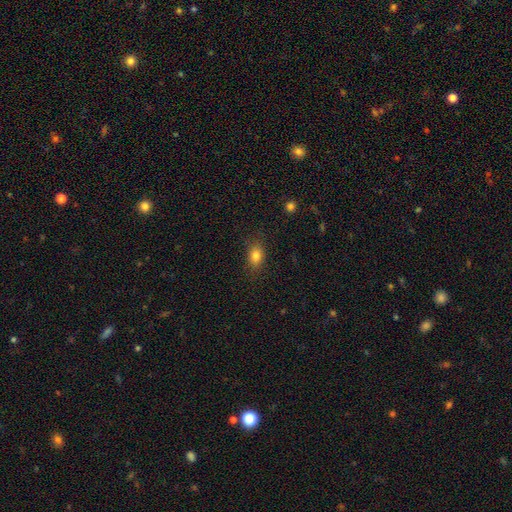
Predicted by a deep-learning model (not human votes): Smooth or featured?
  - smooth: 81% *
  - star or artifact: 11%
  - featured or disk: 8%
How rounded?
  - in between: 76% *
  - round: 21%
  - cigar-shaped: 3%
Merging?
  - none: 84% *
  - minor disturbance: 12%
  - major disturbance: 3%
  - merger: 1%